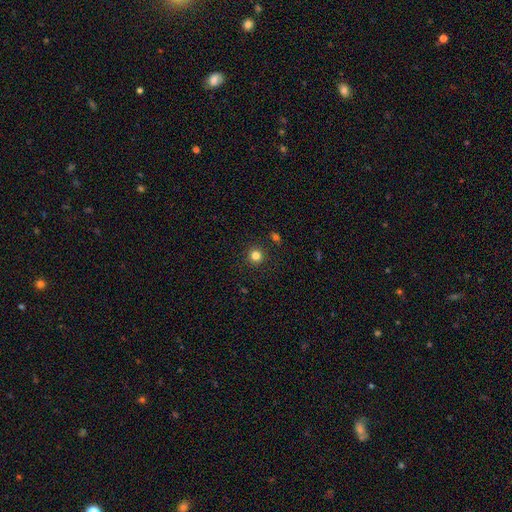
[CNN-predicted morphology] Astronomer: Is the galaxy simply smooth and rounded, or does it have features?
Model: smooth — 82%.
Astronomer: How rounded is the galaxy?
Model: round — 95%.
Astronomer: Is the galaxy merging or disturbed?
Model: none — 91%.